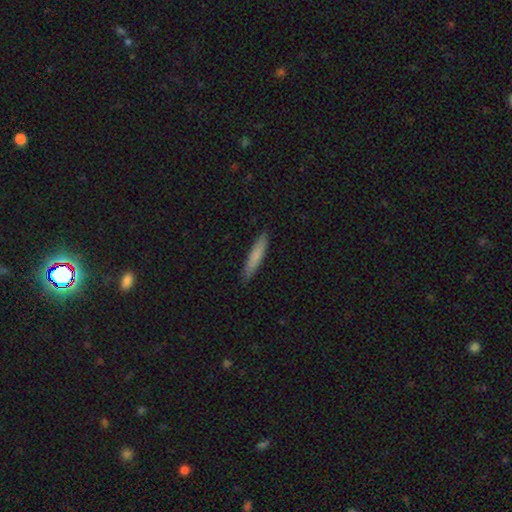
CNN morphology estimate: Smooth or featured? Predicted: smooth (p=0.78). How rounded? Predicted: cigar-shaped (p=0.91). Merging? Predicted: none (p=0.88).